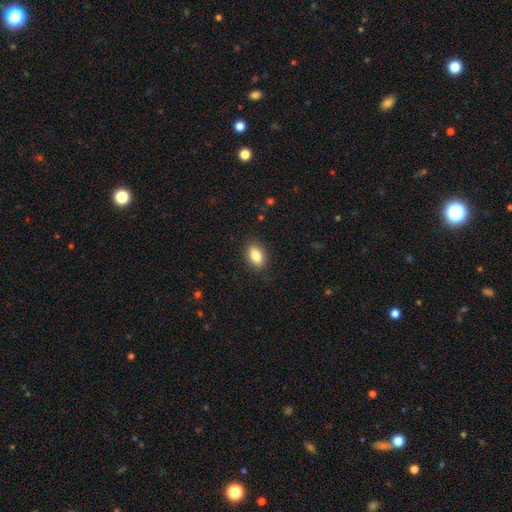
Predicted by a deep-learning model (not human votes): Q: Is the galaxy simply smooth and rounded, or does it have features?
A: smooth — 86%.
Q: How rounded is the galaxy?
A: in between — 89%.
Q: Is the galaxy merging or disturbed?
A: none — 87%.